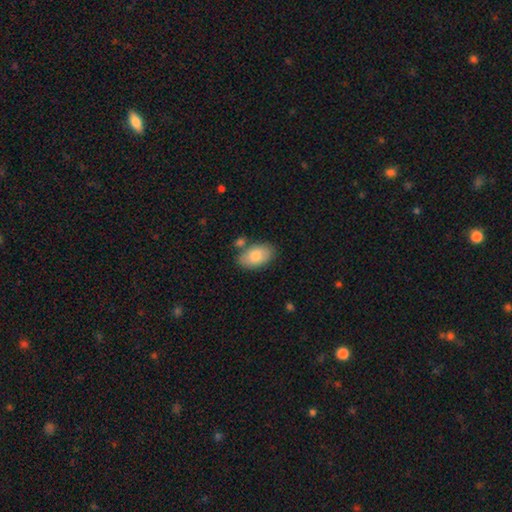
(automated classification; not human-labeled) A smooth galaxy with no disk features (80%) that is in between round and cigar-shaped (93%). Merging: none (74%).